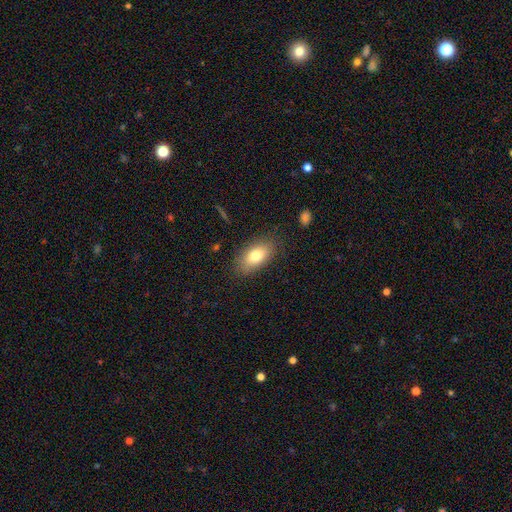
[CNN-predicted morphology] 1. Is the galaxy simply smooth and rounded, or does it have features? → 78% smooth, 14% featured or disk, 8% star or artifact.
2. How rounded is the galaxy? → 90% in between, 6% round, 5% cigar-shaped.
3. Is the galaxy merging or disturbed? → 83% none, 12% minor disturbance, 3% major disturbance, 1% merger.